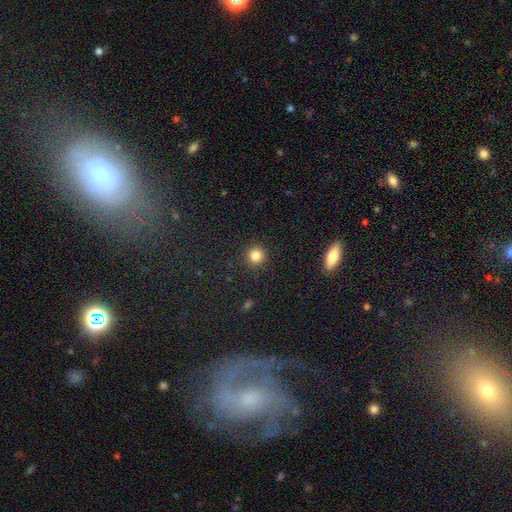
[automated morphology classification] Q: Smooth or featured?
A: smooth (84%); runner-up: star or artifact (12%)
Q: How rounded?
A: round (93%); runner-up: in between (6%)
Q: Merging?
A: none (91%); runner-up: minor disturbance (6%)